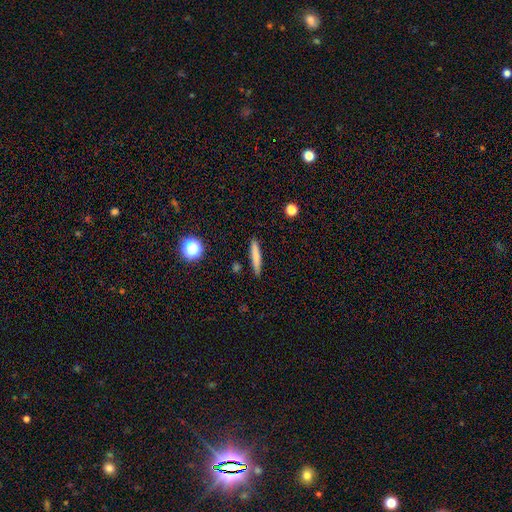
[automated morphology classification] A smooth galaxy with no disk features (76%) that is cigar-shaped (91%).

Vote fractions:
- Smooth or featured? smooth: 76% / featured or disk: 16% / star or artifact: 8%
- How rounded? cigar-shaped: 91% / in between: 7% / round: 2%
- Merging? none: 88% / minor disturbance: 9% / major disturbance: 2% / merger: 2%